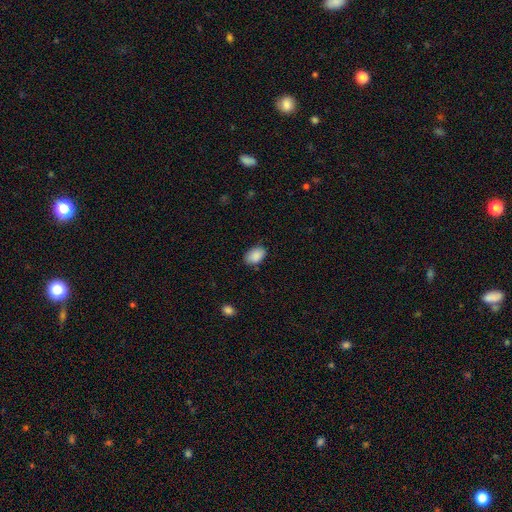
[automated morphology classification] smooth_or_featured: smooth (p=0.89) [alt: star or artifact p=0.07]
how_rounded: in between (p=0.87) [alt: round p=0.12]
merging: none (p=0.81) [alt: minor disturbance p=0.15]